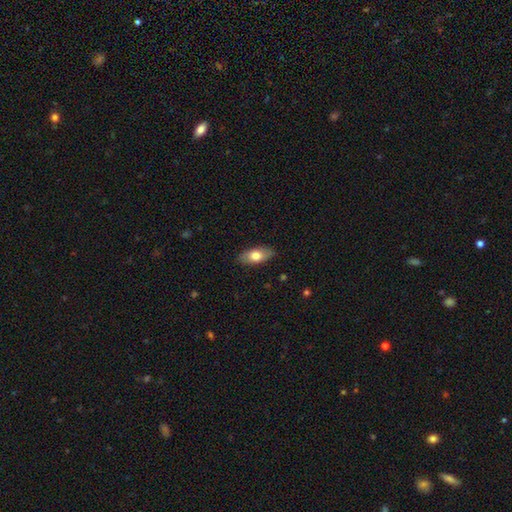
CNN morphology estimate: Smooth or featured: smooth — 74% (featured or disk — 20%)
How rounded: in between — 87% (cigar-shaped — 10%)
Merging: none — 86% (minor disturbance — 11%)